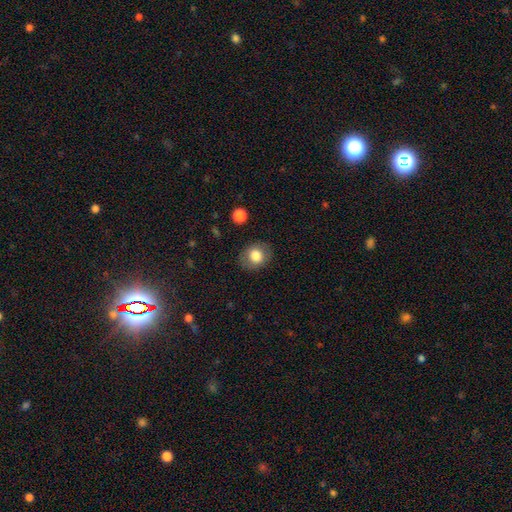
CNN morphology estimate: type=smooth (79%); roundness=round (64%); merging=none (85%).